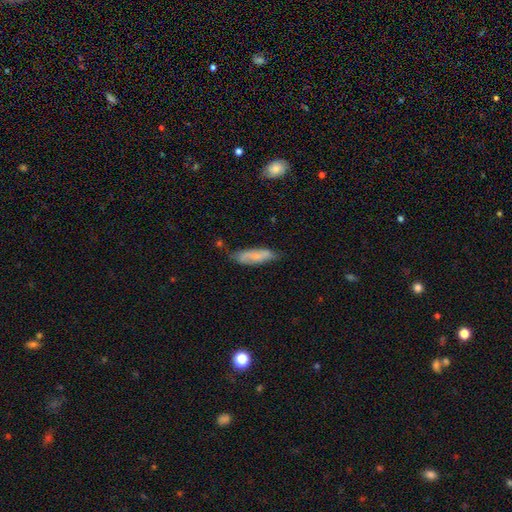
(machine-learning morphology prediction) Overall: smooth (64%; featured or disk 29%). How rounded: cigar-shaped (66%; in between 32%). Merging: none (63%; minor disturbance 27%).